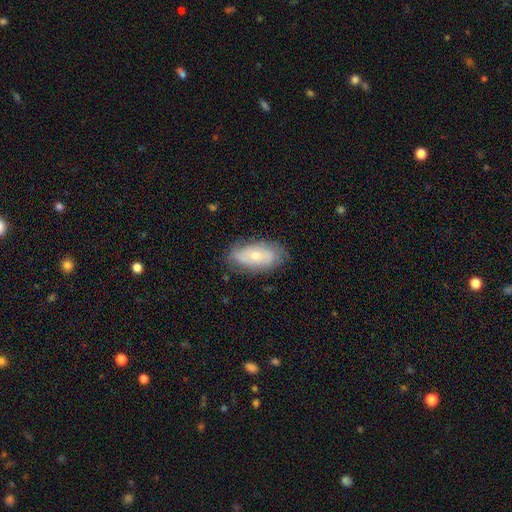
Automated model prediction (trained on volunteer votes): smooth 51%, featured or disk 42%, star or artifact 7%. Down the decision tree: how rounded — in between (89%); merging — none (75%).